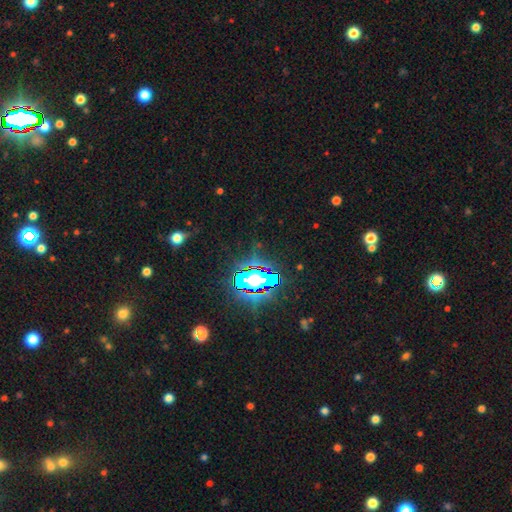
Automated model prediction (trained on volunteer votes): A star or artifact, not a galaxy (78%).